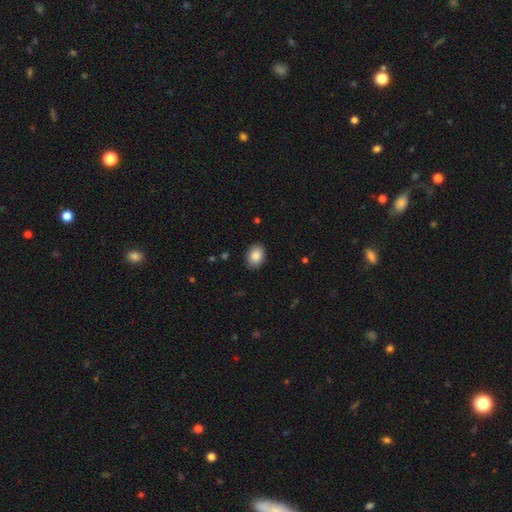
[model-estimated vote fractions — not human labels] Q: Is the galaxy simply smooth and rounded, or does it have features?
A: smooth — 88%.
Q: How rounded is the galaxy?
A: in between — 74%.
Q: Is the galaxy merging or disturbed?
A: none — 89%.